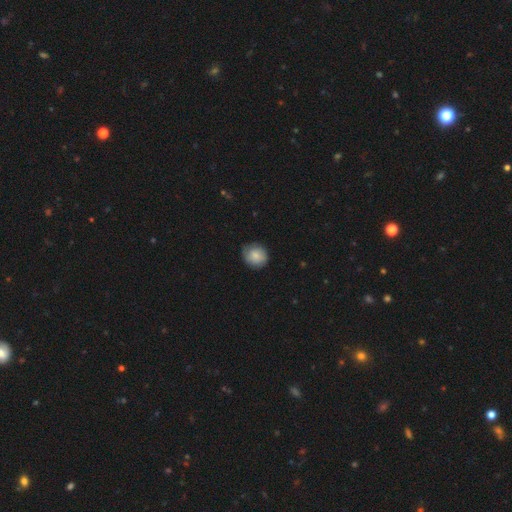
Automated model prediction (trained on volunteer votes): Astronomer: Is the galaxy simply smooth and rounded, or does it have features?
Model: smooth — 74%.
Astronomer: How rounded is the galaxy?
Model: round — 81%.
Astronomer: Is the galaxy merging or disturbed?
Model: none — 75%.